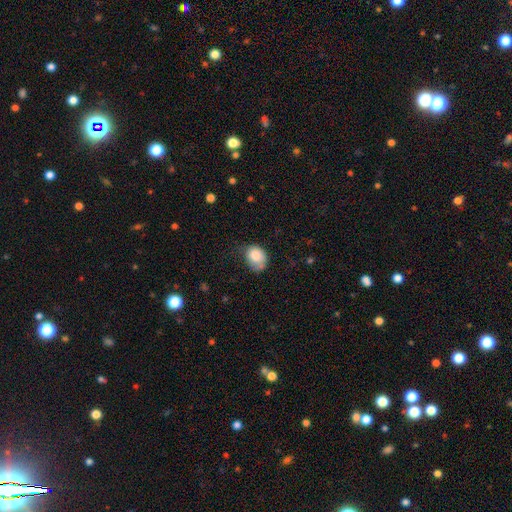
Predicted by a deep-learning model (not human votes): Smooth or featured?
  - smooth: 82% *
  - featured or disk: 9%
  - star or artifact: 8%
How rounded?
  - in between: 55% *
  - round: 44%
  - cigar-shaped: 1%
Merging?
  - none: 44% *
  - minor disturbance: 39%
  - major disturbance: 14%
  - merger: 3%